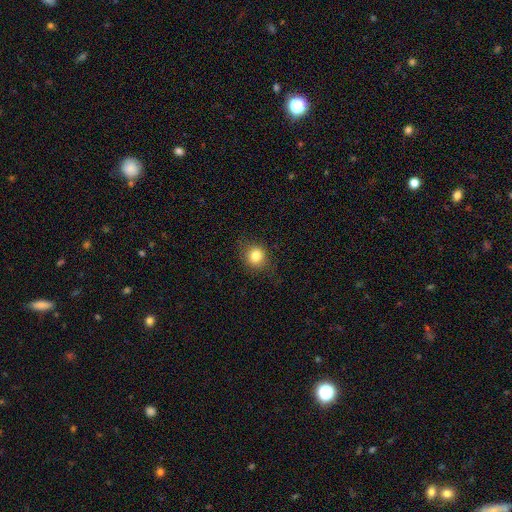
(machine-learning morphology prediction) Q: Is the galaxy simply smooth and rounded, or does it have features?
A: smooth — 82%.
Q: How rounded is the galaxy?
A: round — 80%.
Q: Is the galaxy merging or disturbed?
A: none — 84%.